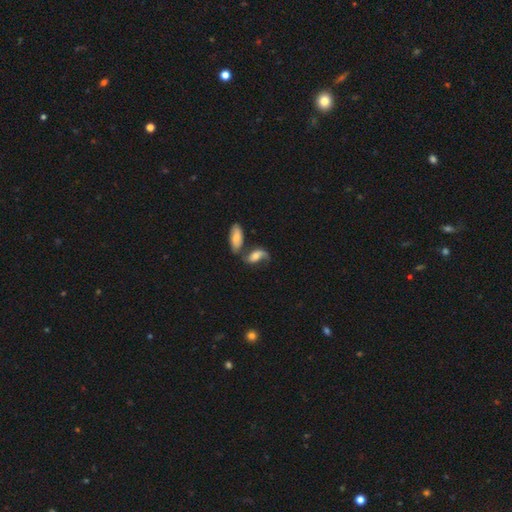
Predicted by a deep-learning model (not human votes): Smooth or featured? featured or disk (59%)
Edge-on disk? no (91%)
Bar? no (51%)
Spiral arms? yes (89%)
Bulge size? moderate (51%)
Merging? merger (37%, tied with none)